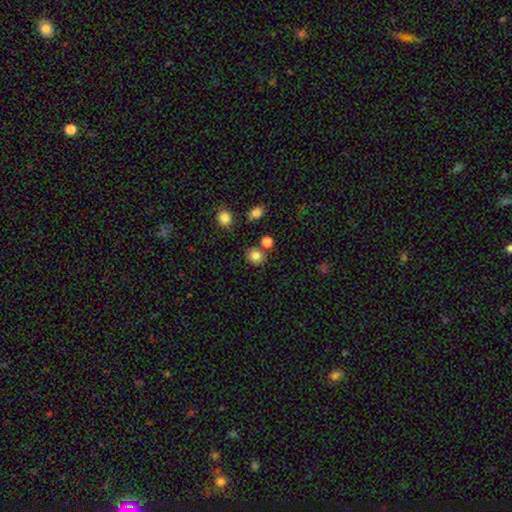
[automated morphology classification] The model was most divided on "merging": none: 77%, merger: 10%, minor disturbance: 9%, major disturbance: 3%. More confident: how rounded — round (84%); smooth or featured — smooth (83%).